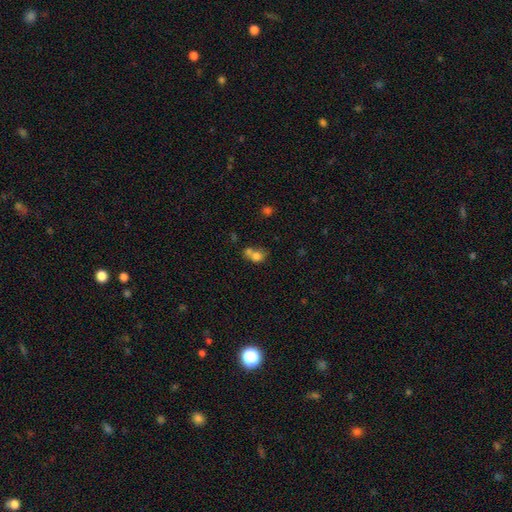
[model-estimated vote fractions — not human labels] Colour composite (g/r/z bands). It shows a smooth galaxy with no disk features (73%) that is round (62%). Merging: merger (61%).